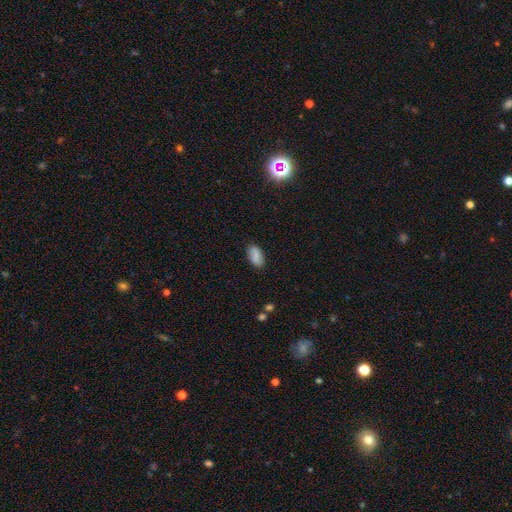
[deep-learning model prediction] smooth-or-featured: smooth: 82% | featured or disk: 10% | star or artifact: 8%
  how-rounded: in between: 93% | cigar-shaped: 4% | round: 3%
  merging: none: 85% | minor disturbance: 11% | major disturbance: 3% | merger: 2%